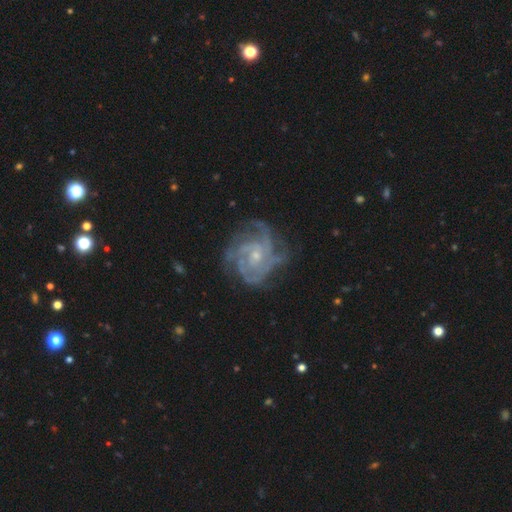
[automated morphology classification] featured or disk 88%, star or artifact 6%, smooth 6%. Down the decision tree: edge-on disk — no (98%); bar — no (69%); spiral arms — yes (97%); spiral arm count — 3 (30%); spiral winding — tight (59%); bulge size — small (68%); merging — none (66%).